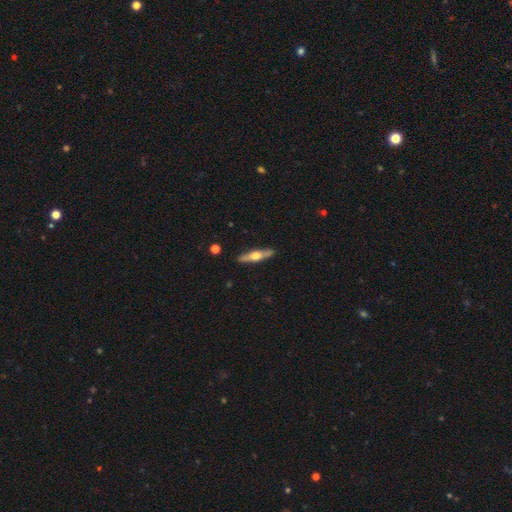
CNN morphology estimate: featured or disk 59%, smooth 36%, star or artifact 5%. Down the decision tree: edge-on disk — yes (93%); edge-on bulge — rounded (94%); merging — none (90%).